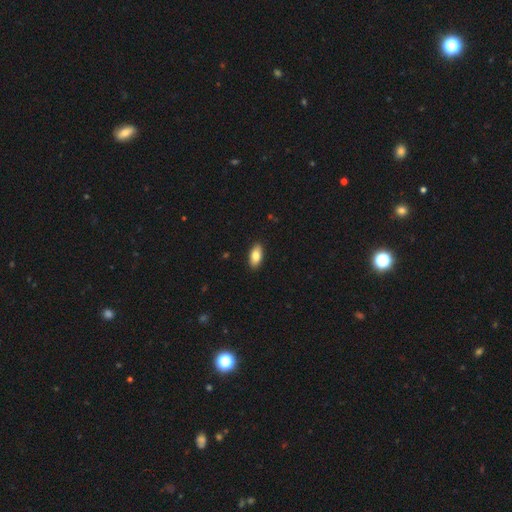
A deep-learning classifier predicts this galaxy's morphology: Overall: smooth (83%). How rounded: in between (90%). Merging: none (90%).